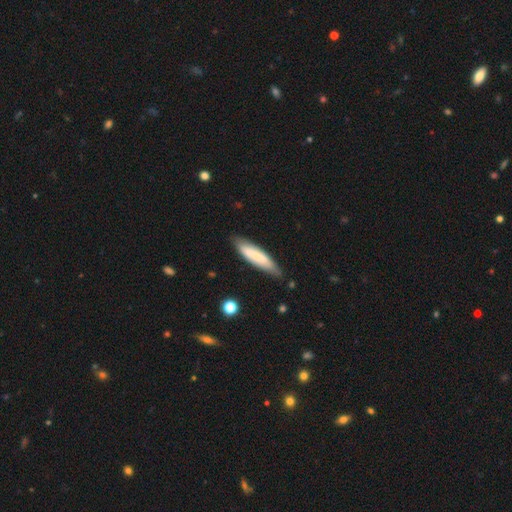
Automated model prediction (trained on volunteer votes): Smooth or featured? Predicted: smooth (p=0.69). How rounded? Predicted: cigar-shaped (p=0.73). Merging? Predicted: none (p=0.77).